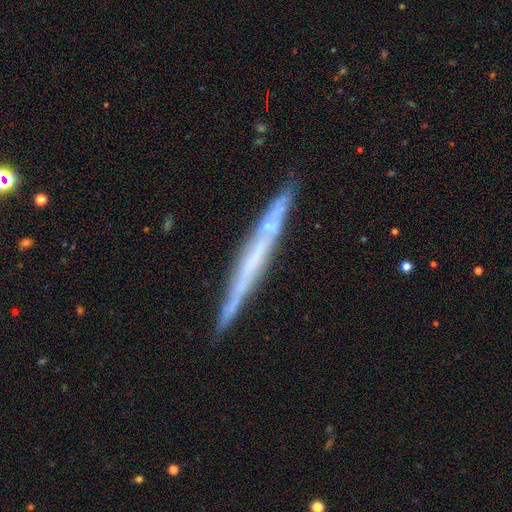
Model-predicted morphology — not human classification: The model was most divided on "smooth or featured": featured or disk: 65%, smooth: 28%, star or artifact: 7%. More confident: edge-on disk — yes (95%); merging — none (84%); edge-on bulge — none (83%).